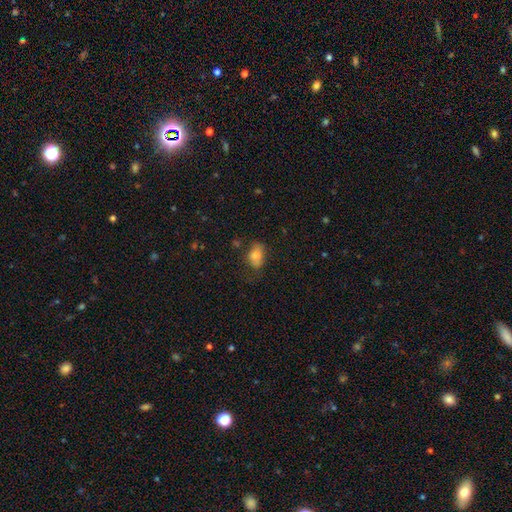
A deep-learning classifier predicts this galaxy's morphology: Smooth or featured? smooth (76%)
How rounded? in between (86%)
Merging? none (60%)